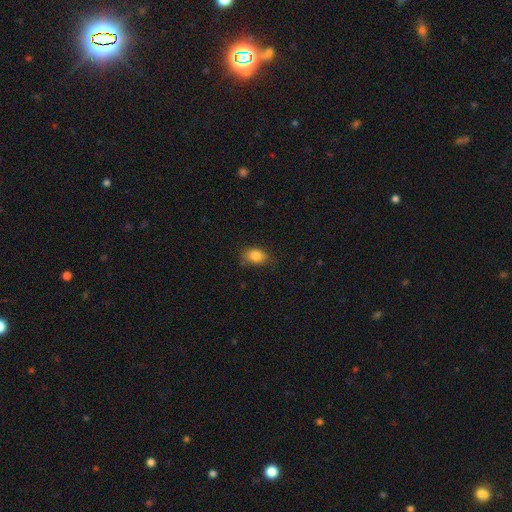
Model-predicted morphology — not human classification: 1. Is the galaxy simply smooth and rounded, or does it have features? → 84% smooth, 9% star or artifact, 7% featured or disk.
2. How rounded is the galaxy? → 80% in between, 19% round, 1% cigar-shaped.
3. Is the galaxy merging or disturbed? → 77% none, 18% minor disturbance, 4% major disturbance, 1% merger.